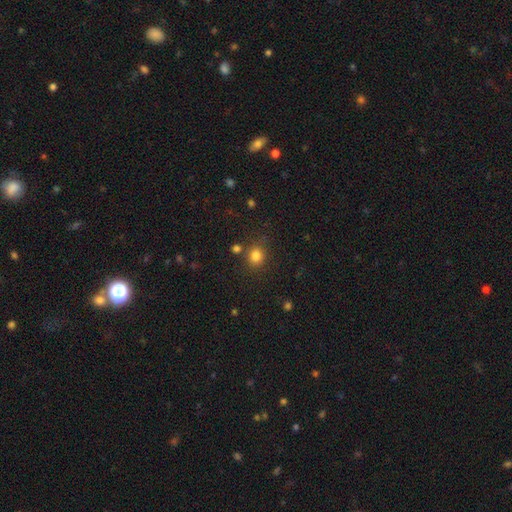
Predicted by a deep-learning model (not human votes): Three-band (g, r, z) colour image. It shows a smooth galaxy with no disk features (82%) that is round (80%). Merging: none (79%).